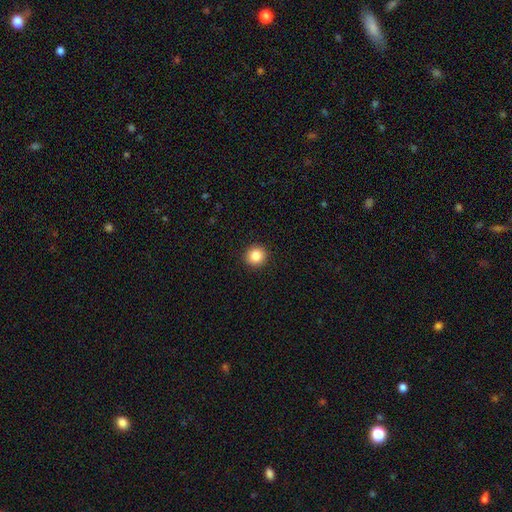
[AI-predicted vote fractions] Smooth or featured? Predicted: smooth (p=0.86). How rounded? Predicted: round (p=0.93). Merging? Predicted: none (p=0.93).